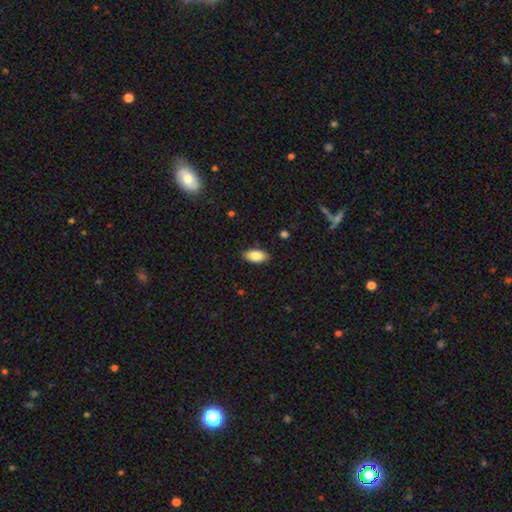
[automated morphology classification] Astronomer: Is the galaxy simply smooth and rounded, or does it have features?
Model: smooth — 87%.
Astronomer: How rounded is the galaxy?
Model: in between — 93%.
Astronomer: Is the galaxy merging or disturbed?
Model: none — 87%.